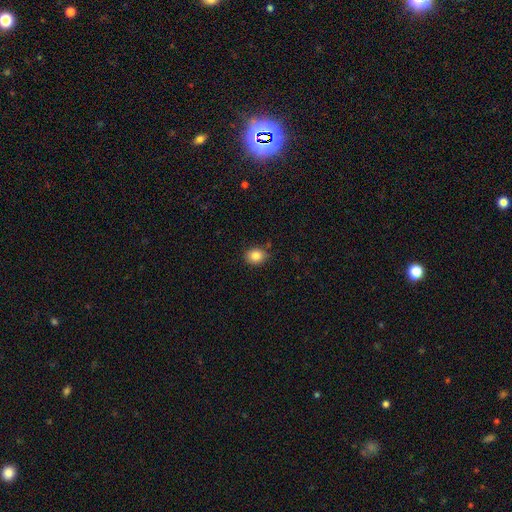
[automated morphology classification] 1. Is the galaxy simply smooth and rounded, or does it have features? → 85% smooth, 9% star or artifact, 6% featured or disk.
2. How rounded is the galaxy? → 53% round, 46% in between, 1% cigar-shaped.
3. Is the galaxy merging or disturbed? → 84% none, 12% minor disturbance, 2% major disturbance, 2% merger.